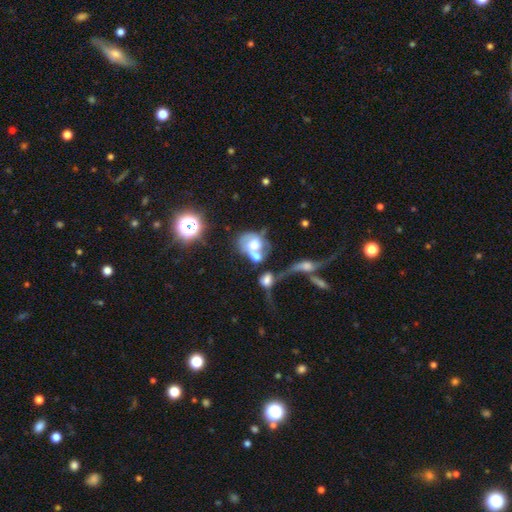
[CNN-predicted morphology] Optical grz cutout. It shows a featured or disk galaxy (53%) with no bar (78%), no spiral arms (53%) and a moderate central bulge (43%). Merging: merger (61%).